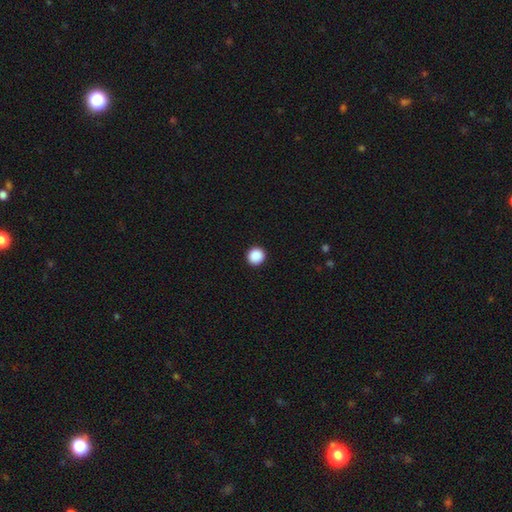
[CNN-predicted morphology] Smooth or featured? smooth (89%)
How rounded? round (94%)
Merging? none (93%)